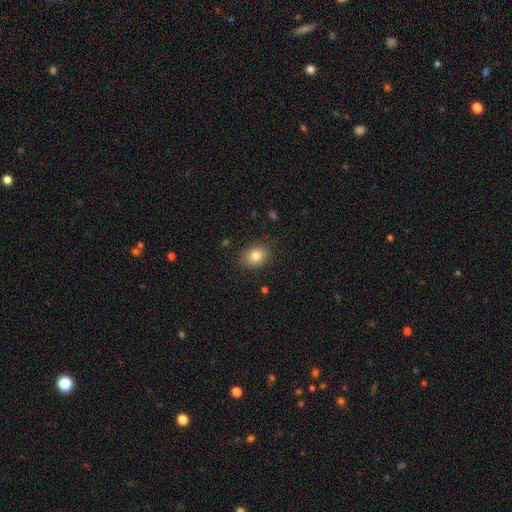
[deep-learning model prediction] Smooth or featured? smooth (84%)
How rounded? in between (55%)
Merging? none (85%)